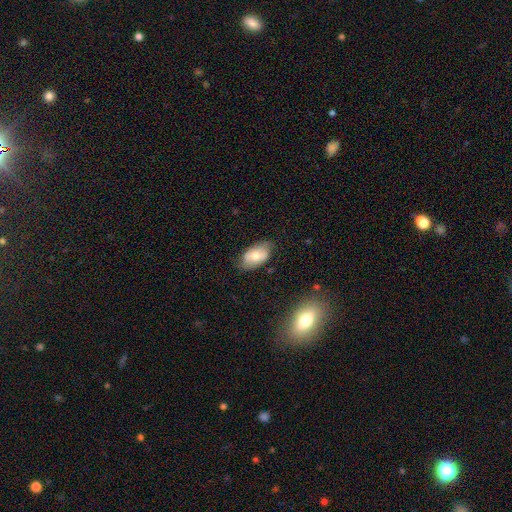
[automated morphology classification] A smooth galaxy with no disk features (67%) that is in between round and cigar-shaped (93%). Merging: none (72%).